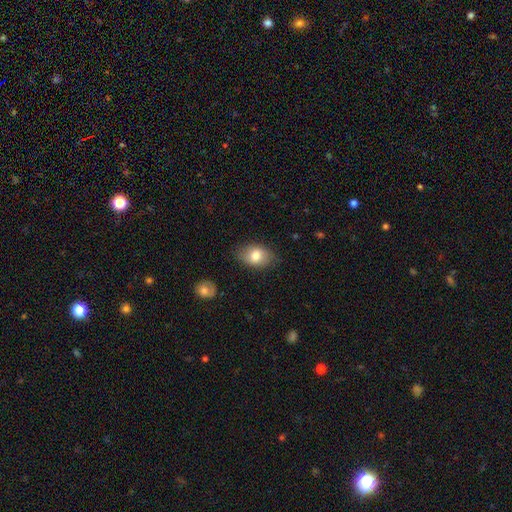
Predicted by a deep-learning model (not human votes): smooth 78%, featured or disk 14%, star or artifact 8%. Down the decision tree: how rounded — in between (80%); merging — none (78%).